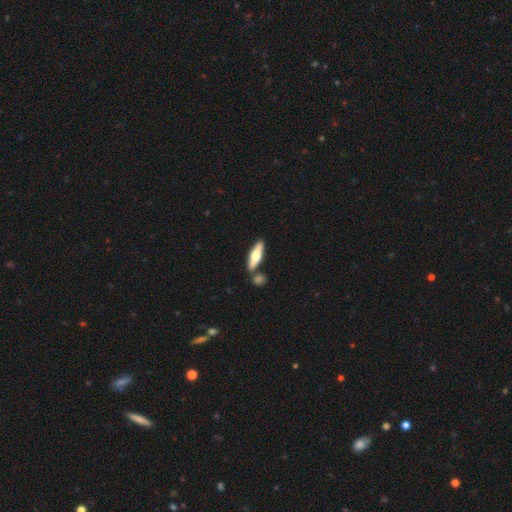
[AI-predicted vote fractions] A smooth galaxy with no disk features (49%). Merging: none (74%).